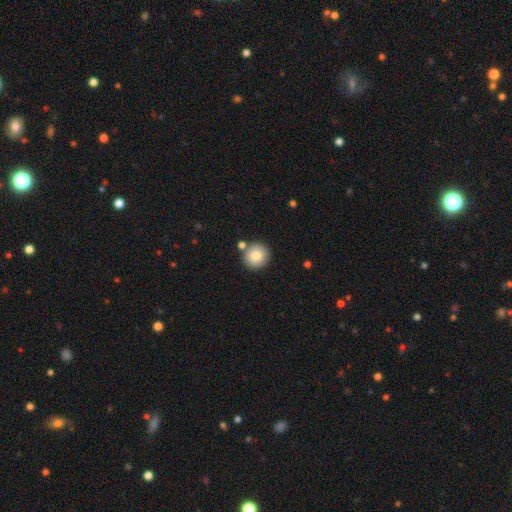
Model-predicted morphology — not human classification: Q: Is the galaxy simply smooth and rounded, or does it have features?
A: smooth — 81%.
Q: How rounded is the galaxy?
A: round — 93%.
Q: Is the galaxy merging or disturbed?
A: none — 80%.